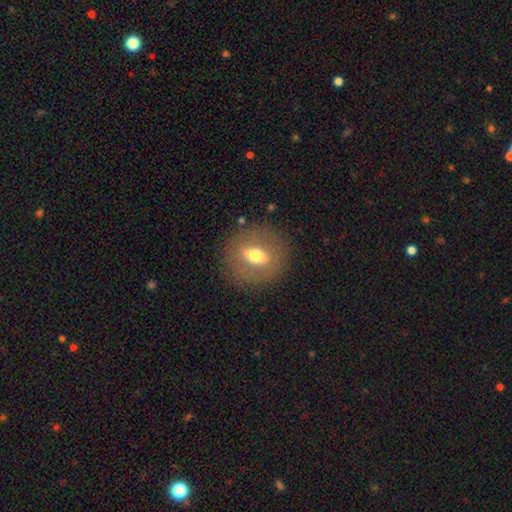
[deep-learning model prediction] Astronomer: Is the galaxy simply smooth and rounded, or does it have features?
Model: featured or disk — 49% (runner-up: smooth, 42%).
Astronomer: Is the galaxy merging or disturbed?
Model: none — 84%.